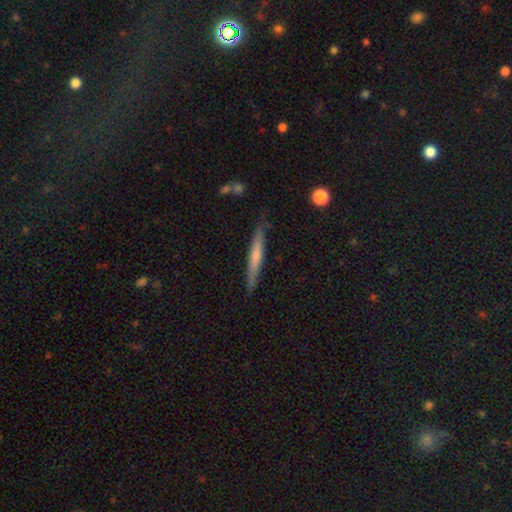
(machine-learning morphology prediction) The model was most divided on "smooth or featured": smooth: 56%, featured or disk: 39%, star or artifact: 5%. More confident: how rounded — cigar-shaped (95%); merging — none (85%).